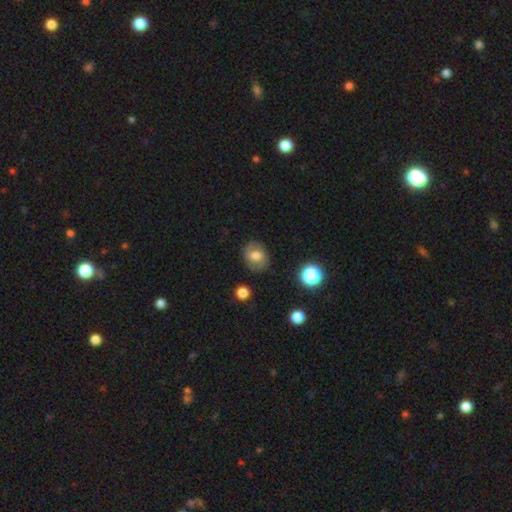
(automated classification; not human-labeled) Overall: smooth (49%; featured or disk 41%). Merging: none (81%).